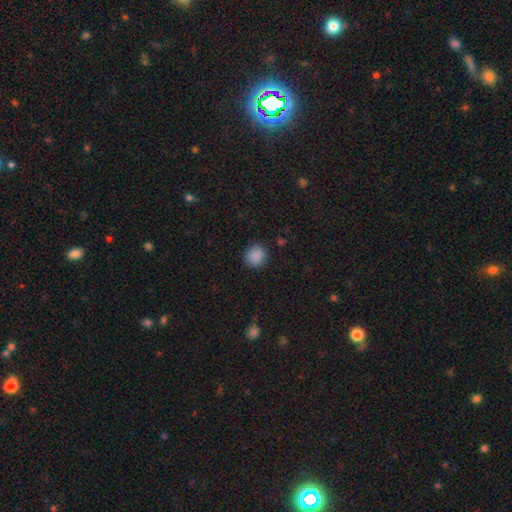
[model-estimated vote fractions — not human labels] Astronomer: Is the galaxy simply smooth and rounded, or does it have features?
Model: smooth — 88%.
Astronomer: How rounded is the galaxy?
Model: round — 86%.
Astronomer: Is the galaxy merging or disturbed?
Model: none — 88%.